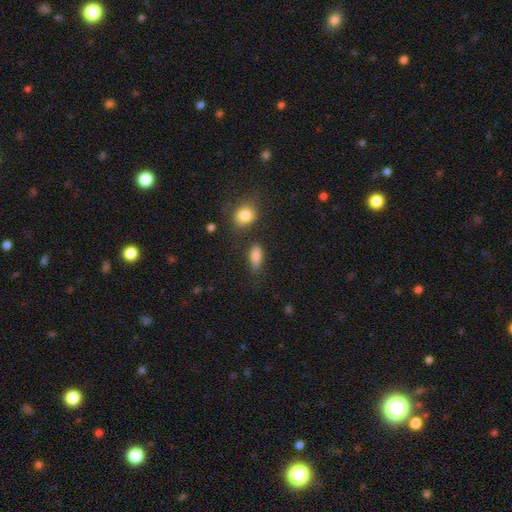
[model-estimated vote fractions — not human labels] Smooth or featured? smooth (82%)
How rounded? in between (75%)
Merging? none (67%)